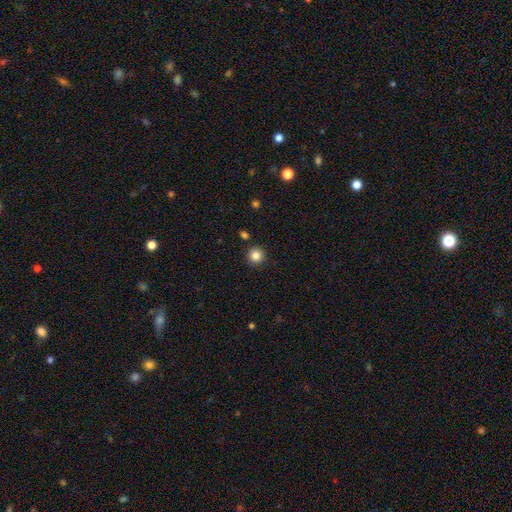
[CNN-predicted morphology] smooth-or-featured: smooth: 84% | star or artifact: 11% | featured or disk: 5%
  how-rounded: round: 95% | in between: 4% | cigar-shaped: 1%
  merging: none: 91% | minor disturbance: 5% | merger: 2% | major disturbance: 2%